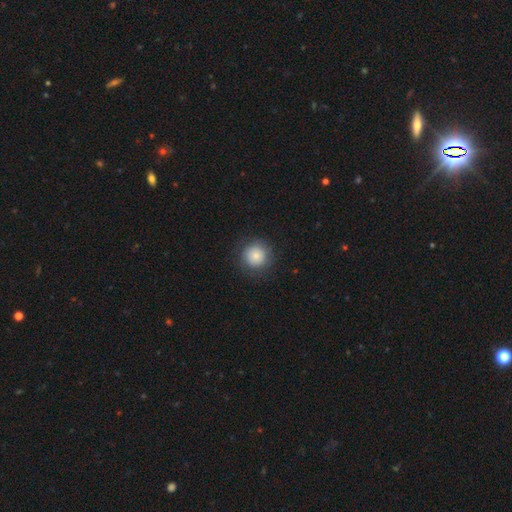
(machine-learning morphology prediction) The model was most divided on "smooth or featured": smooth: 82%, featured or disk: 9%, star or artifact: 9%. More confident: how rounded — round (95%); merging — none (87%).